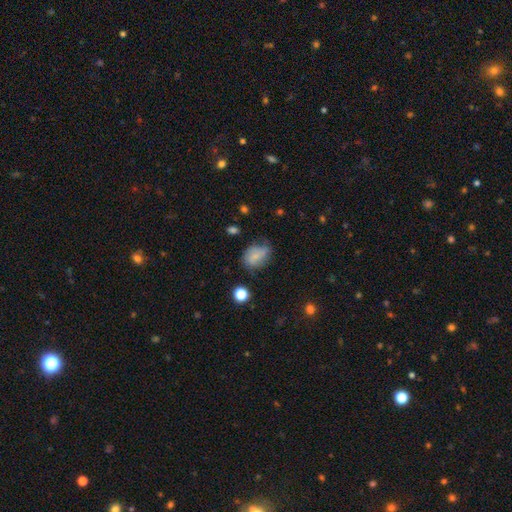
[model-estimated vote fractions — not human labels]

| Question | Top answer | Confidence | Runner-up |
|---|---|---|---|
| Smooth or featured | smooth | 74% | featured or disk (16%) |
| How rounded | in between | 75% | round (23%) |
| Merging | none | 49% | minor disturbance (34%) |